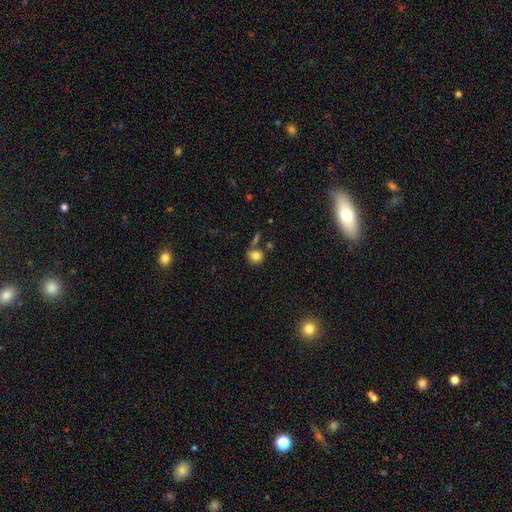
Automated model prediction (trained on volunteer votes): Morphology: type=smooth (81%); roundness=round (79%); merging=none (62%).